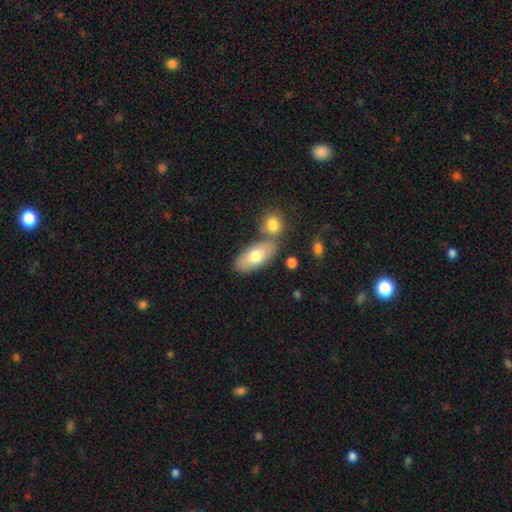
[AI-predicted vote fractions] Smooth or featured? smooth (74%)
How rounded? in between (88%)
Merging? none (63%)